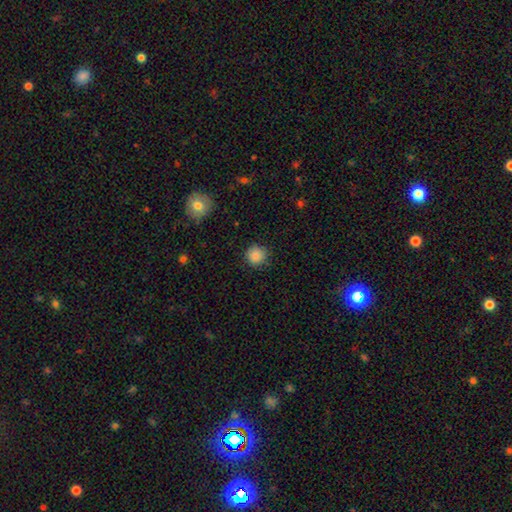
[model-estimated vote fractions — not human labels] This is clearly a smooth galaxy (85%). How rounded: clearly round (94%). Merging: clearly none (86%).